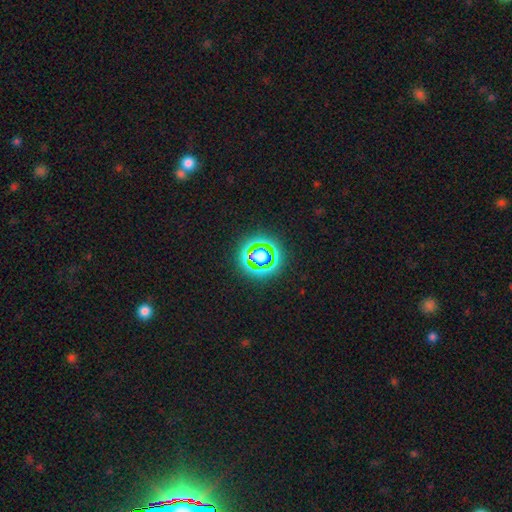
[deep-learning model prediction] A star or artifact, not a galaxy (75%).